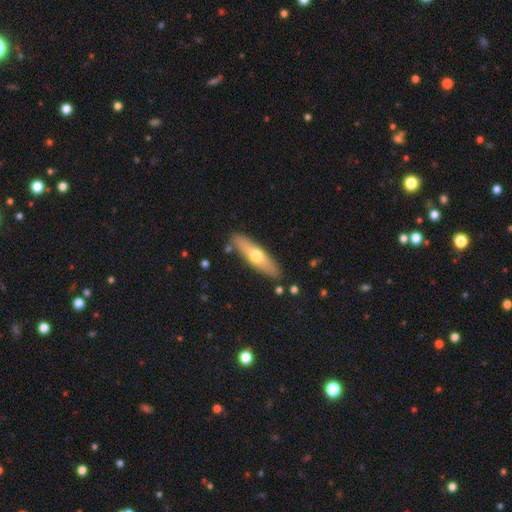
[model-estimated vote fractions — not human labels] smooth_or_featured: smooth (p=0.51) [alt: featured or disk p=0.43]
how_rounded: cigar-shaped (p=0.71) [alt: in between p=0.27]
merging: none (p=0.85) [alt: minor disturbance p=0.10]